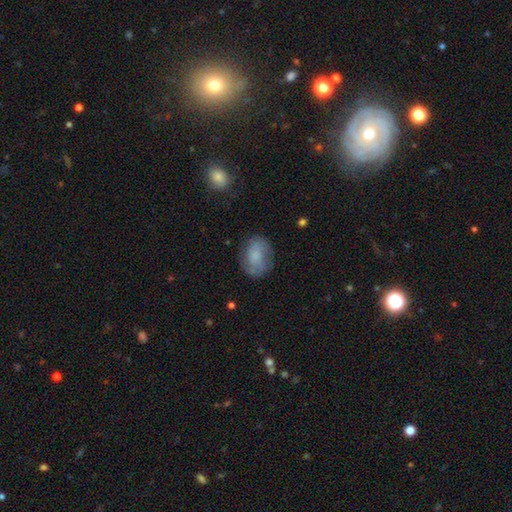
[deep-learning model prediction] smooth 67%, featured or disk 25%, star or artifact 8%. Down the decision tree: how rounded — in between (69%); merging — none (71%).